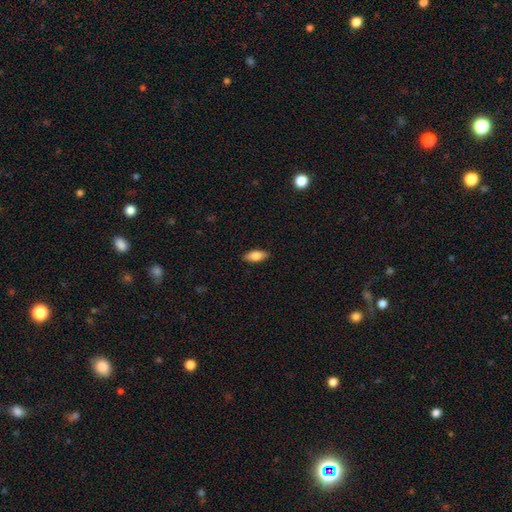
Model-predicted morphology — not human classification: Overall: smooth (82%). How rounded: in between (82%). Merging: none (88%).